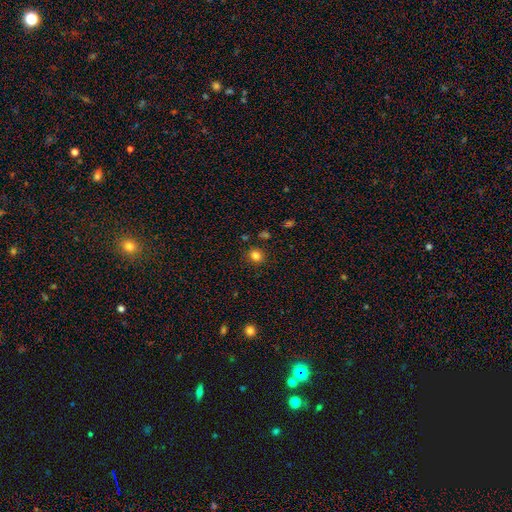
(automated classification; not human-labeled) A smooth galaxy with no disk features (82%) that is round (79%). Merging: none (87%).